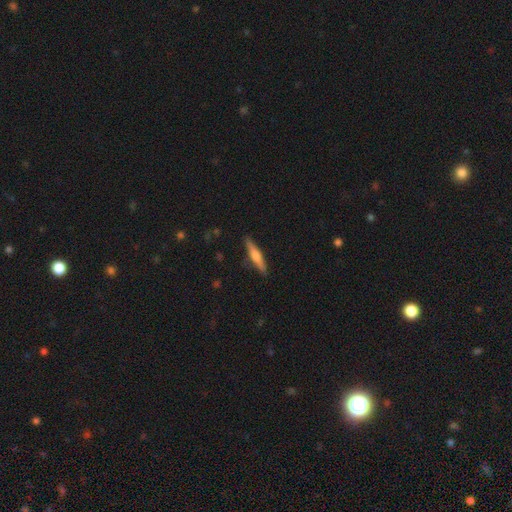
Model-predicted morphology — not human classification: featured or disk 50%, smooth 44%, star or artifact 6%. Down the decision tree: edge-on disk — yes (96%); merging — none (89%).